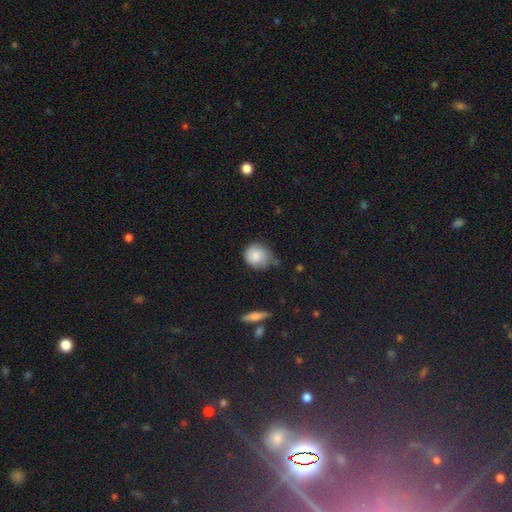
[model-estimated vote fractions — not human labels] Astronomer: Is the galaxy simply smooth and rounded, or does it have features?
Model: smooth — 80%.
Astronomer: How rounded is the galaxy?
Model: round — 78%.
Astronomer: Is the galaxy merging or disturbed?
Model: none — 57% (runner-up: minor disturbance, 33%).